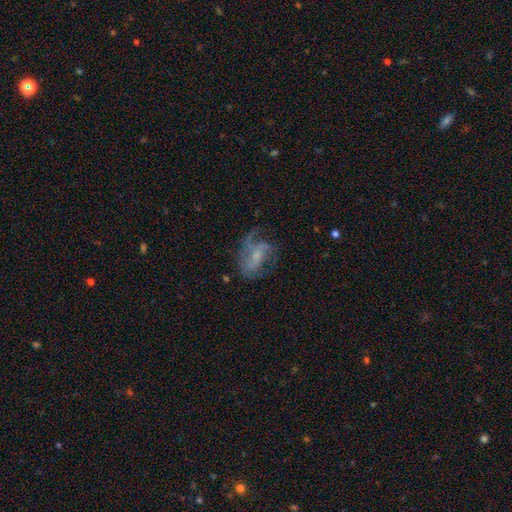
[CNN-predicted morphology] Q: Smooth or featured?
A: featured or disk (72%); runner-up: smooth (18%)
Q: Edge-on disk?
A: no (96%); runner-up: yes (4%)
Q: Bar?
A: no (45%); runner-up: weak (42%)
Q: Spiral arms?
A: yes (84%); runner-up: no (16%)
Q: Spiral winding?
A: medium (41%); tied with: loose (41%)
Q: Spiral arm count?
A: 2 (31%); runner-up: 3 (24%)
Q: Bulge size?
A: small (51%); runner-up: moderate (26%)
Q: Merging?
A: none (47%); runner-up: major disturbance (30%)